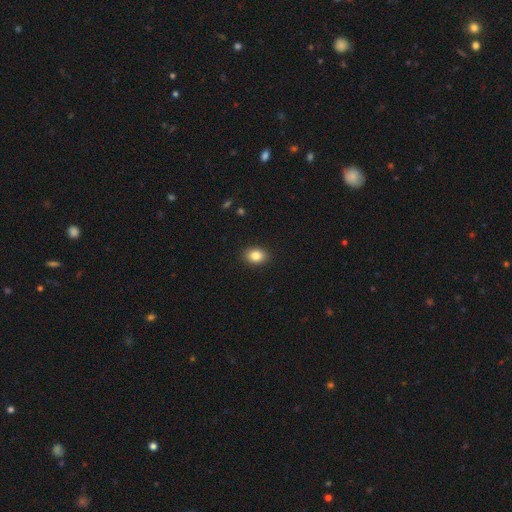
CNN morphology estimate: A smooth galaxy with no disk features (85%) that is in between round and cigar-shaped (63%).

Vote fractions:
- Smooth or featured? smooth: 85% / star or artifact: 9% / featured or disk: 6%
- How rounded? in between: 63% / round: 36% / cigar-shaped: 1%
- Merging? none: 90% / minor disturbance: 7% / major disturbance: 2% / merger: 1%